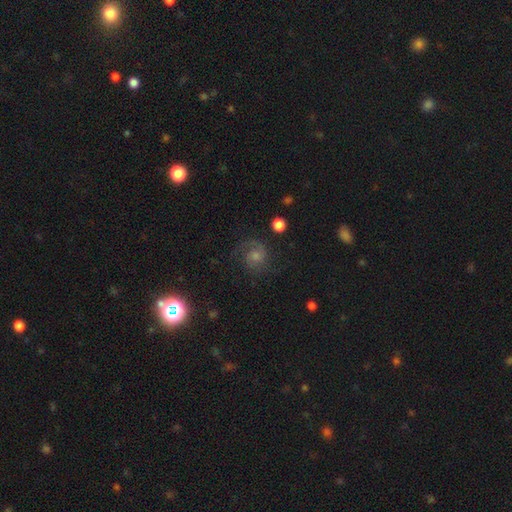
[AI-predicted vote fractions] A featured or disk galaxy (63%) with no bar (66%), 2 (61%) medium (46%) spiral arms (94%) and a moderate central bulge (47%).

Vote fractions:
- Smooth or featured? featured or disk: 63% / star or artifact: 20% / smooth: 17%
- Edge-on disk? no: 97% / yes: 3%
- Bar? no: 66% / weak: 29% / strong: 5%
- Spiral arms? yes: 94% / no: 6%
- Spiral winding? medium: 46% / tight: 36% / loose: 18%
- Spiral arm count? 2: 61% / 1: 17% / can't tell: 13% / 3: 5% / 4: 2% / more than 4: 2%
- Bulge size? moderate: 47% / small: 38% / large: 7% / none: 6% / dominant: 2%
- Merging? none: 73% / minor disturbance: 14% / major disturbance: 11% / merger: 2%